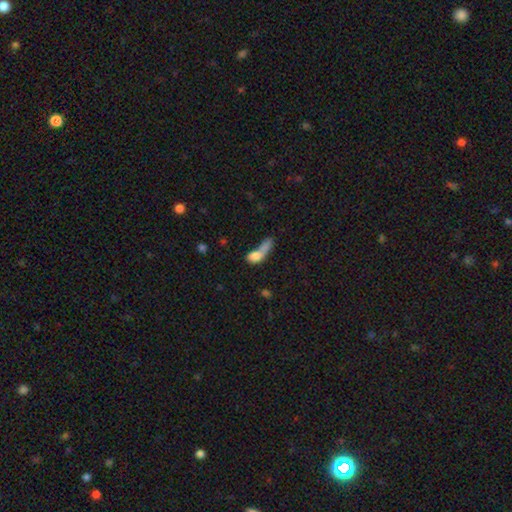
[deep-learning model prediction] Morphology: type=smooth (72%); roundness=in between (62%); merging=merger (50%).